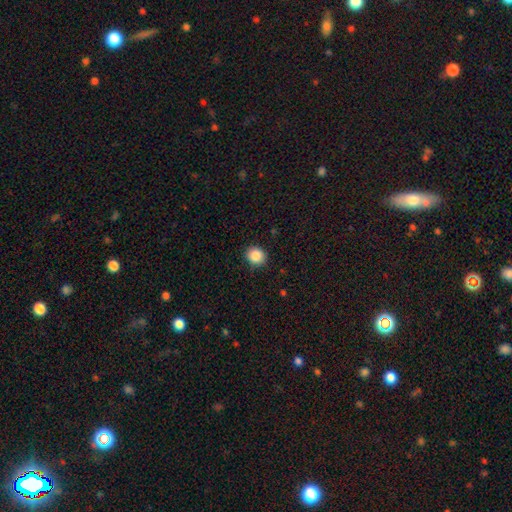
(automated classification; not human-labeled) Smooth or featured? smooth (87%)
How rounded? round (85%)
Merging? none (89%)